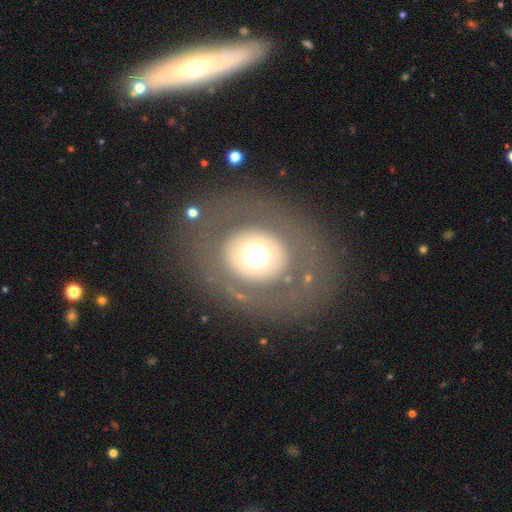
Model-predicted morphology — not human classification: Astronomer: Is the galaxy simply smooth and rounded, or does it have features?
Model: smooth — 54% (runner-up: featured or disk, 35%).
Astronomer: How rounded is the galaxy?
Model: round — 71%.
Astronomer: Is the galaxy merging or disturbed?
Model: none — 79%.